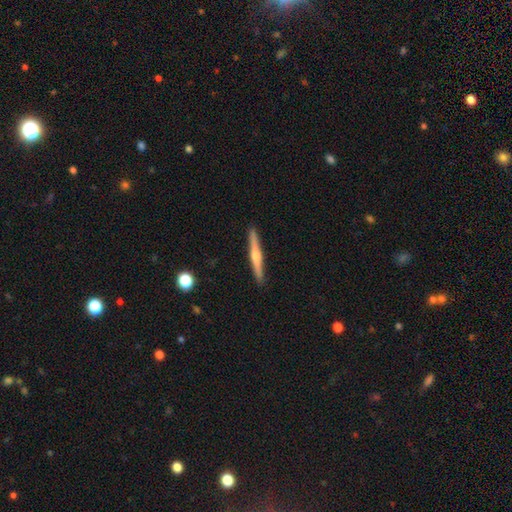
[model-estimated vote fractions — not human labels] Smooth or featured?
  - featured or disk: 64% *
  - smooth: 31%
  - star or artifact: 5%
Edge-on disk?
  - yes: 98% *
  - no: 2%
Edge-on bulge?
  - rounded: 84% *
  - none: 10%
  - boxy: 6%
Merging?
  - none: 92% *
  - minor disturbance: 6%
  - major disturbance: 1%
  - merger: 1%